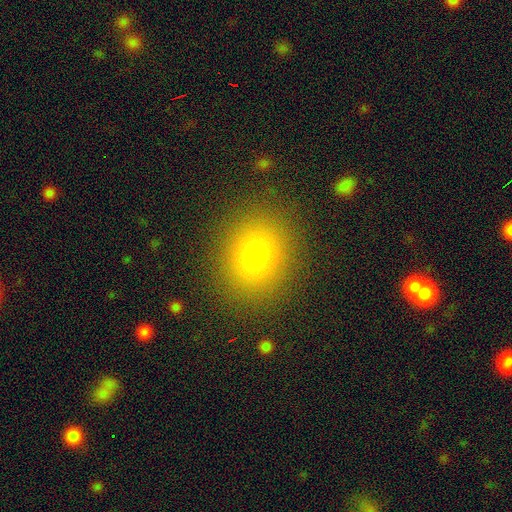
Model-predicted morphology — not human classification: Smooth or featured? smooth (73%)
How rounded? round (70%)
Merging? none (87%)